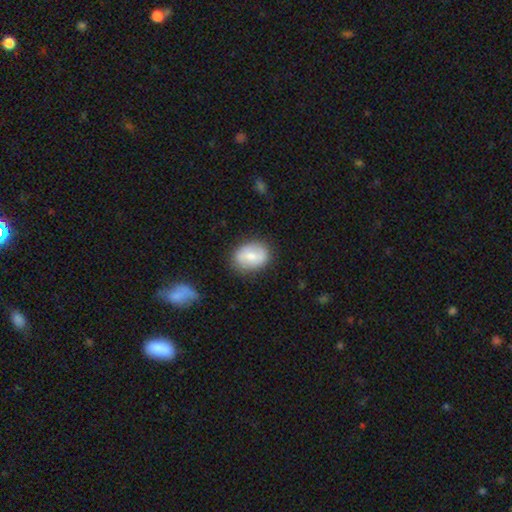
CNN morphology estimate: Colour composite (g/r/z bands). It shows a smooth galaxy with no disk features (56%) that is in between round and cigar-shaped (70%). Merging: none (81%).